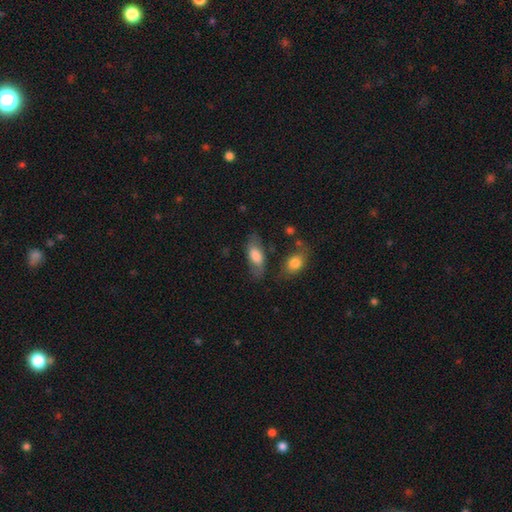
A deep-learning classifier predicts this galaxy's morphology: smooth_or_featured: smooth (p=0.70) [alt: featured or disk p=0.23]
how_rounded: in between (p=0.82) [alt: cigar-shaped p=0.15]
merging: none (p=0.67) [alt: minor disturbance p=0.19]